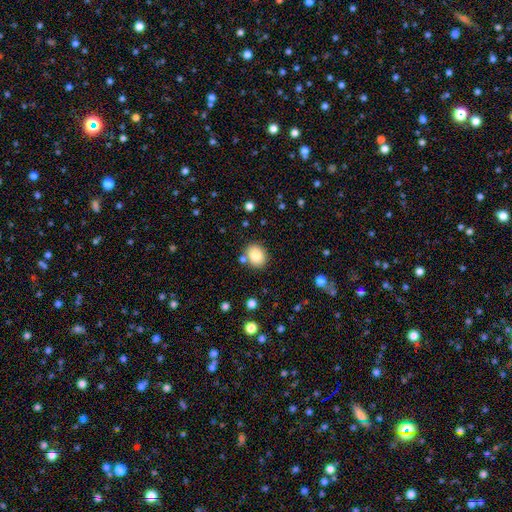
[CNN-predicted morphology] type=smooth (82%); roundness=round (60%); merging=none (79%).